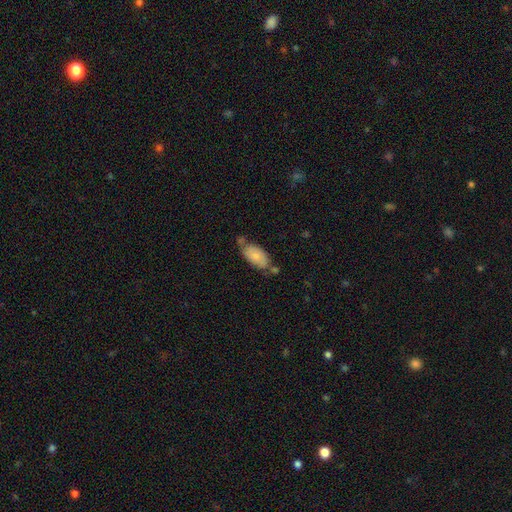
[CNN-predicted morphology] Smooth or featured: smooth — 78% (featured or disk — 15%)
How rounded: in between — 93% (cigar-shaped — 4%)
Merging: none — 52% (minor disturbance — 23%)